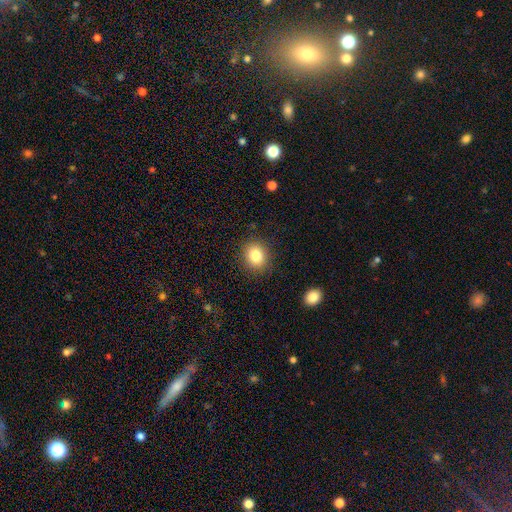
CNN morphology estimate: The model was most divided on "how rounded": round: 70%, in between: 29%, cigar-shaped: 1%. More confident: merging — none (88%); smooth or featured — smooth (82%).